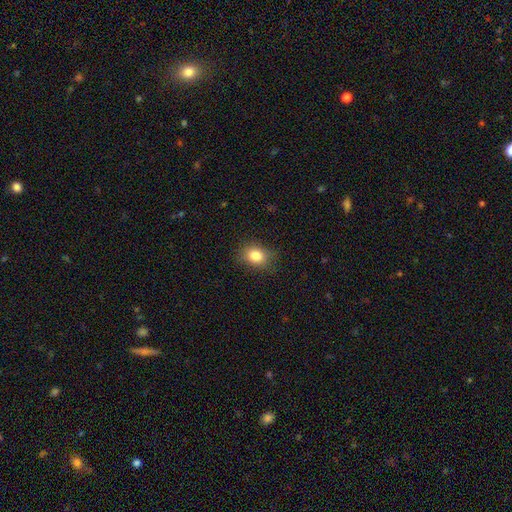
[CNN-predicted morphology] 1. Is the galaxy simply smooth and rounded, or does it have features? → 84% smooth, 10% star or artifact, 6% featured or disk.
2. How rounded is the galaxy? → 56% in between, 43% round, 1% cigar-shaped.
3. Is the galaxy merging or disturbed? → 80% none, 15% minor disturbance, 4% major disturbance, 1% merger.